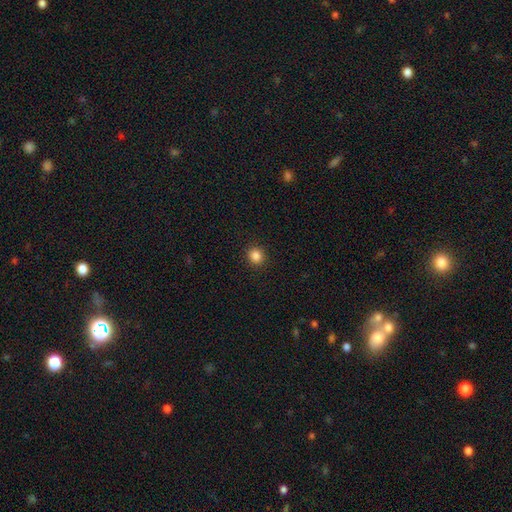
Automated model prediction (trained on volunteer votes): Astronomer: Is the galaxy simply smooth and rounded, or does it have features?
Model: smooth — 85%.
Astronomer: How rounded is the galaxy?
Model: round — 85%.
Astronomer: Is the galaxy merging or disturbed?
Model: none — 91%.